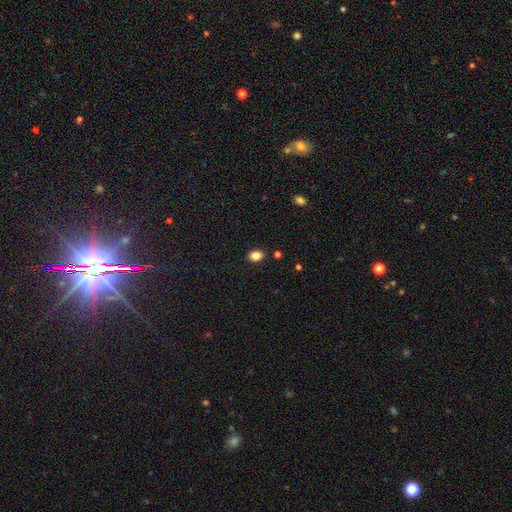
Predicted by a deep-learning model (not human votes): A smooth galaxy with no disk features (84%) that is in between round and cigar-shaped (66%). Merging: none (87%).